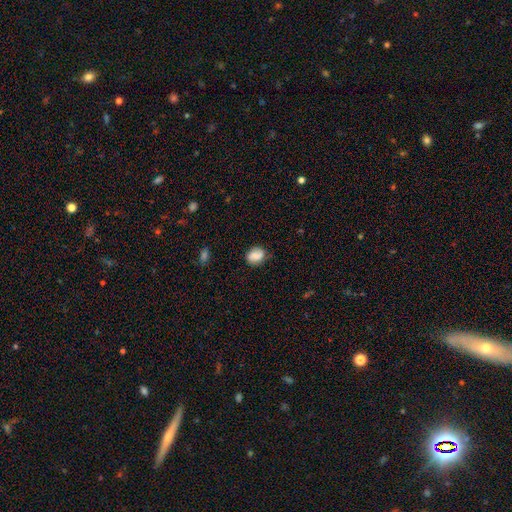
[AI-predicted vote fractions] This is likely a smooth galaxy (73%). How rounded: possibly in between (56%). Merging: likely none (67%).